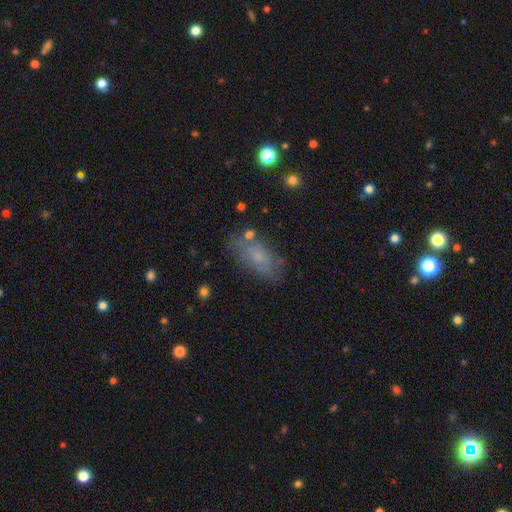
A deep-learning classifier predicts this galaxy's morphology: Q: Smooth or featured?
A: smooth (62%); runner-up: featured or disk (26%)
Q: How rounded?
A: in between (86%); runner-up: cigar-shaped (10%)
Q: Merging?
A: none (67%); runner-up: minor disturbance (20%)